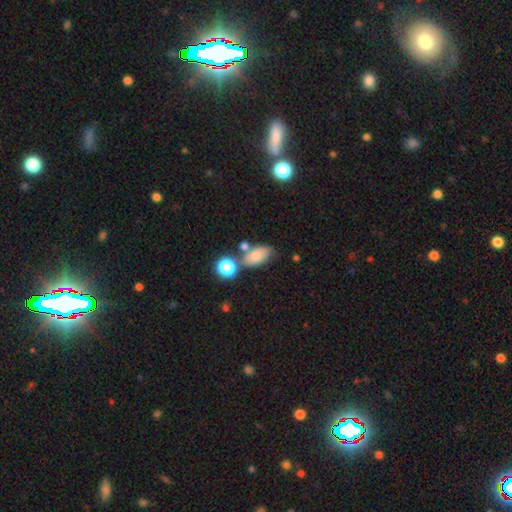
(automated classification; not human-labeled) The model was most divided on "merging": none: 49%, merger: 22%, minor disturbance: 21%, major disturbance: 8%. More confident: how rounded — in between (86%); smooth or featured — smooth (74%).